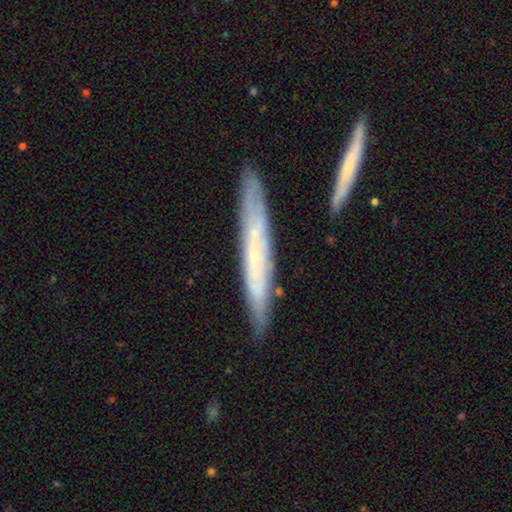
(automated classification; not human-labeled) A featured or disk galaxy (54%) viewed edge-on (78%). Merging: none (83%).